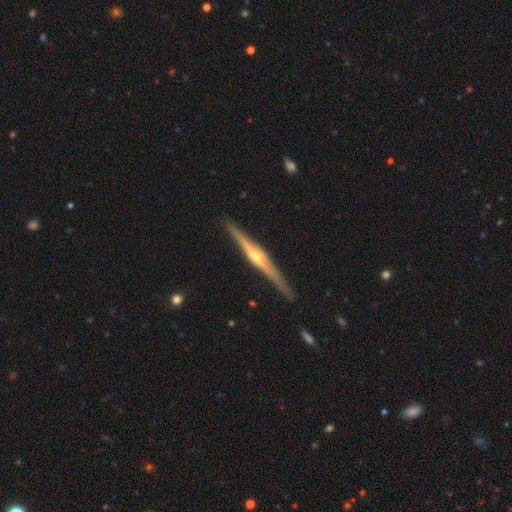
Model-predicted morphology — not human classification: A featured or disk galaxy (83%) viewed edge-on (98%) with a rounded central bulge (81%). Merging: none (90%).